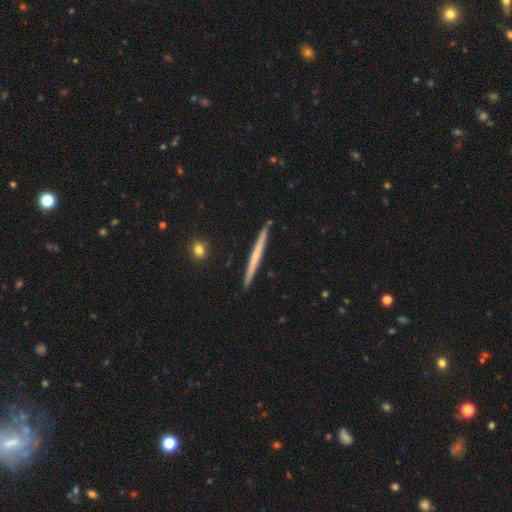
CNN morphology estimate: featured or disk 51%, smooth 43%, star or artifact 6%. Down the decision tree: edge-on disk — yes (98%); merging — none (92%).